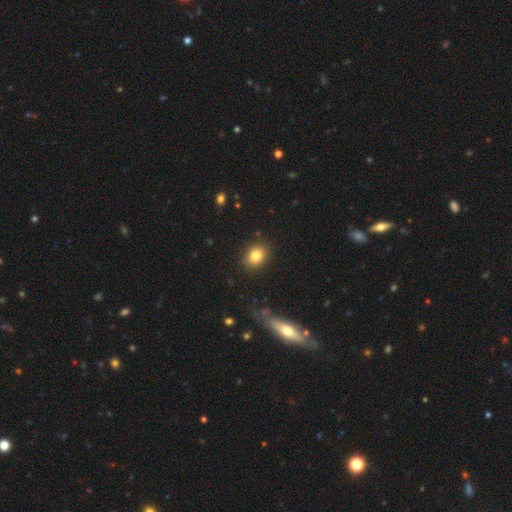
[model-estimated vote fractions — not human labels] This is clearly a smooth galaxy (83%). How rounded: possibly round (58%). Merging: clearly none (88%).